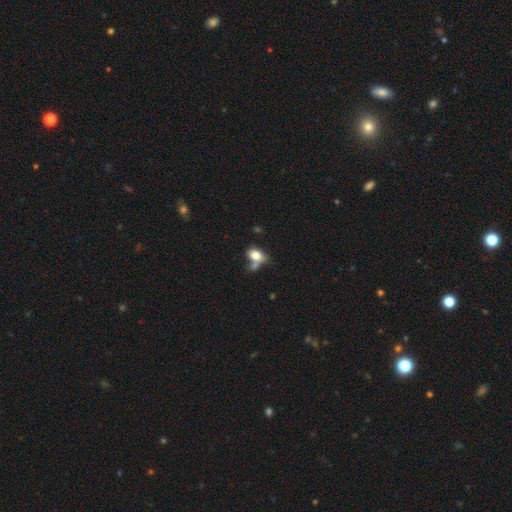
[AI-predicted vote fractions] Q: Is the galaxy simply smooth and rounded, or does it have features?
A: smooth — 79%.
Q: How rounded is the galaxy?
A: in between — 82%.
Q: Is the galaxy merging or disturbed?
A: none — 38%.